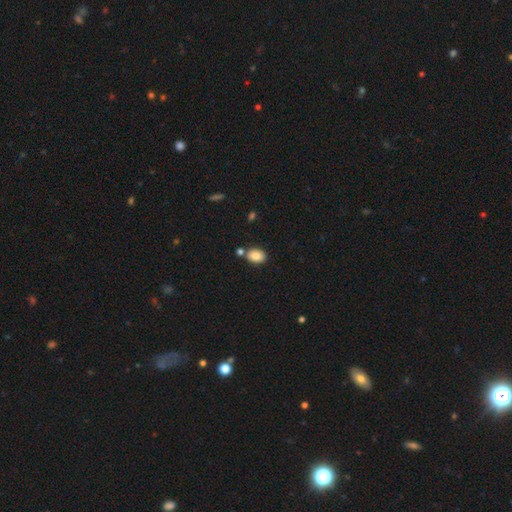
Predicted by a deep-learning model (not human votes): Smooth or featured? Predicted: smooth (p=0.84). How rounded? Predicted: in between (p=0.74). Merging? Predicted: none (p=0.73).